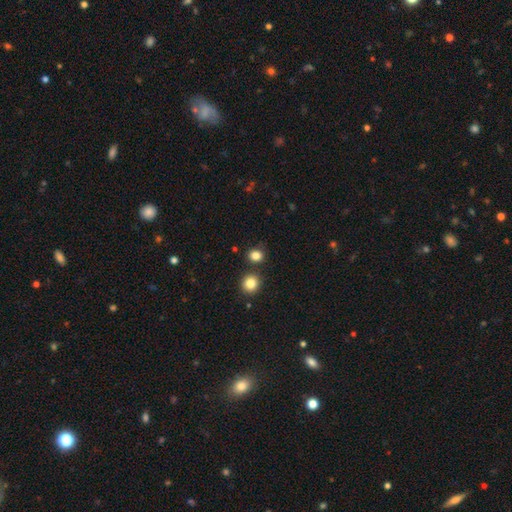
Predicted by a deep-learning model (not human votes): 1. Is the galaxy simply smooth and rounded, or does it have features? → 83% smooth, 13% star or artifact, 4% featured or disk.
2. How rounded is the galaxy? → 75% round, 24% in between, 1% cigar-shaped.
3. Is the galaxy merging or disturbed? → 81% none, 9% minor disturbance, 8% merger, 3% major disturbance.